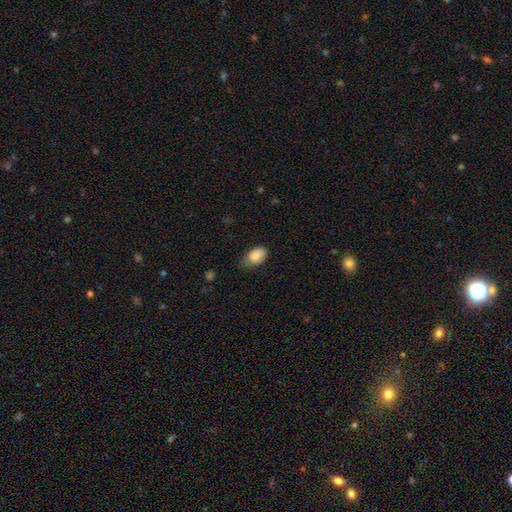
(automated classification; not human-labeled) smooth 85%, featured or disk 8%, star or artifact 7%. Down the decision tree: how rounded — in between (89%); merging — none (48%).